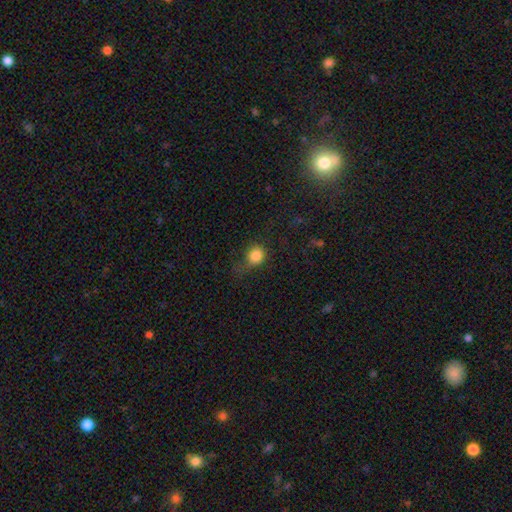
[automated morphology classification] A smooth galaxy with no disk features (82%) that is round (79%).

Vote fractions:
- Smooth or featured? smooth: 82% / star or artifact: 11% / featured or disk: 6%
- How rounded? round: 79% / in between: 20% / cigar-shaped: 1%
- Merging? none: 54% / minor disturbance: 27% / major disturbance: 16% / merger: 2%